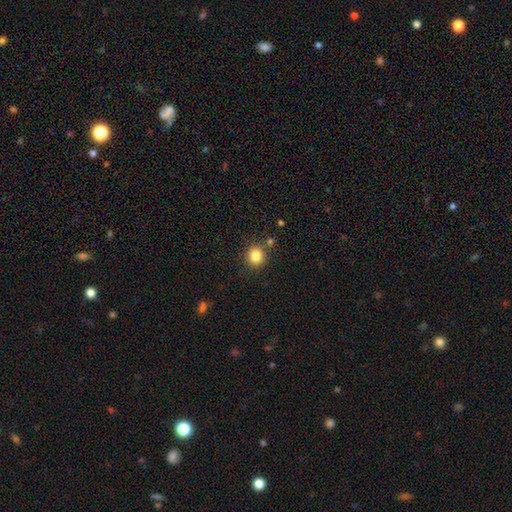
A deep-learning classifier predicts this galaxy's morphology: smooth 84%, star or artifact 11%, featured or disk 5%. Down the decision tree: how rounded — round (87%); merging — none (83%).